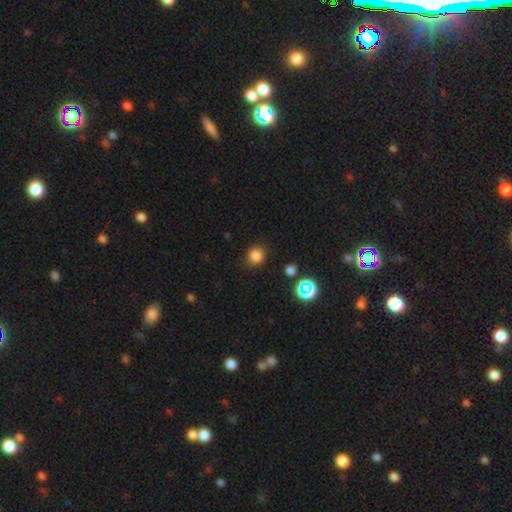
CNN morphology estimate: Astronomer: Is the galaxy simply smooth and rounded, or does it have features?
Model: smooth — 81%.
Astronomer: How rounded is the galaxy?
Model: round — 89%.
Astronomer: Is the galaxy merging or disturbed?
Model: none — 86%.